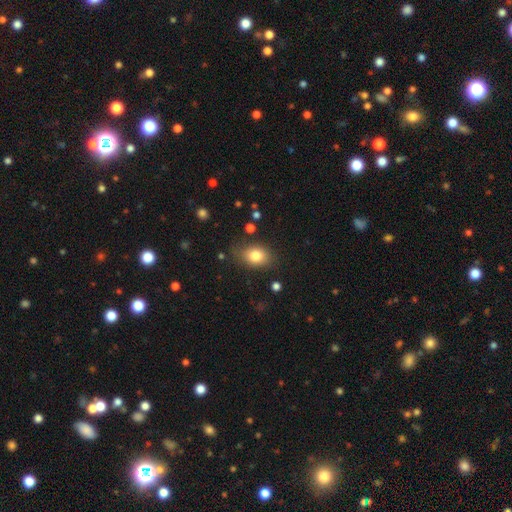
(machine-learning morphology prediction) type=smooth (81%); roundness=in between (71%); merging=none (76%).